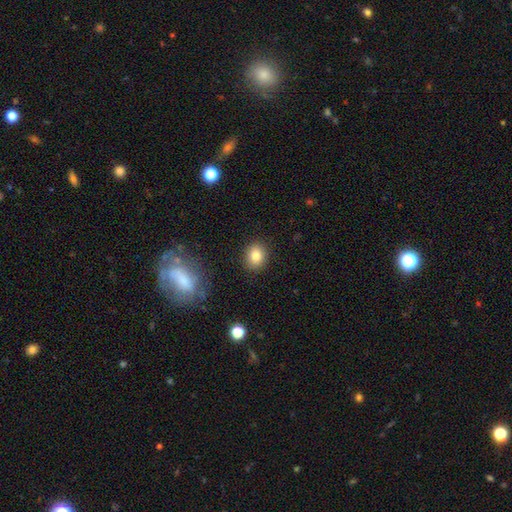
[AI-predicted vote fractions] A smooth galaxy with no disk features (83%) that is round (58%). Merging: none (89%).